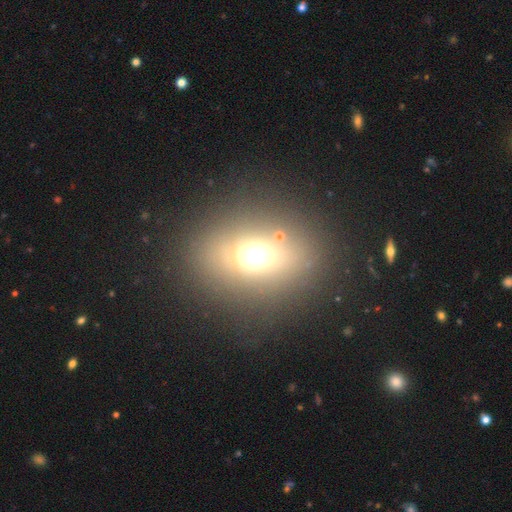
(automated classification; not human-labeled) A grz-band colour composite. It shows a smooth galaxy with no disk features (57%) that is round (49%, tied with in between). Merging: none (80%).